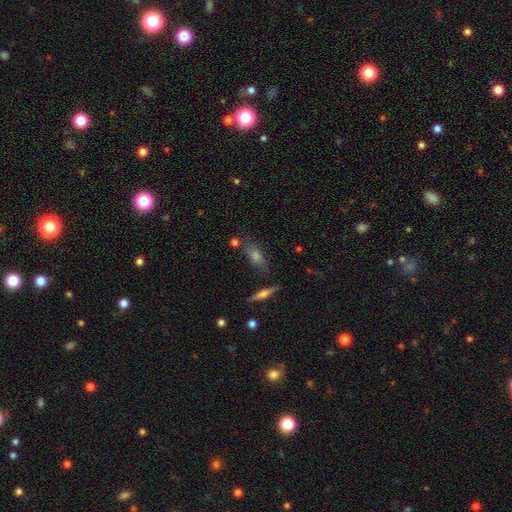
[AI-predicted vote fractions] This appears to be a smooth galaxy with no disk features (56%) that is in between round and cigar-shaped (67%). Merging: none (73%).